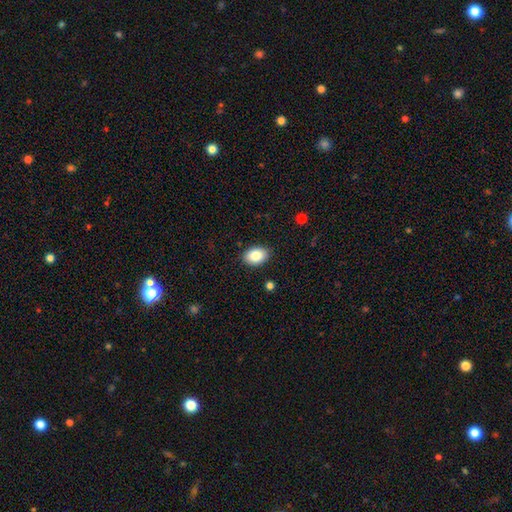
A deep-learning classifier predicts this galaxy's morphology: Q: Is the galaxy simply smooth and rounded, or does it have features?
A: smooth — 86%.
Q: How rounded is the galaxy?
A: in between — 82%.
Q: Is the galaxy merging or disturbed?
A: none — 88%.